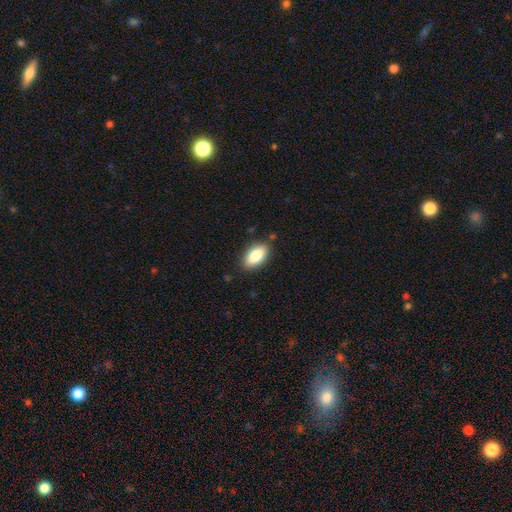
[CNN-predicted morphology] smooth 83%, featured or disk 10%, star or artifact 7%. Down the decision tree: how rounded — in between (92%); merging — none (86%).